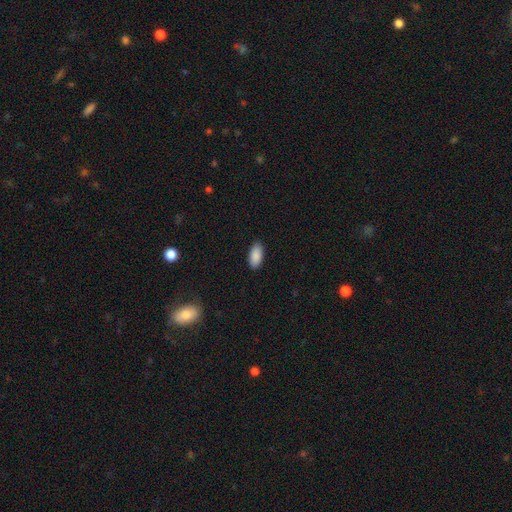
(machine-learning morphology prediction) Overall: smooth (90%). How rounded: in between (92%). Merging: none (89%).